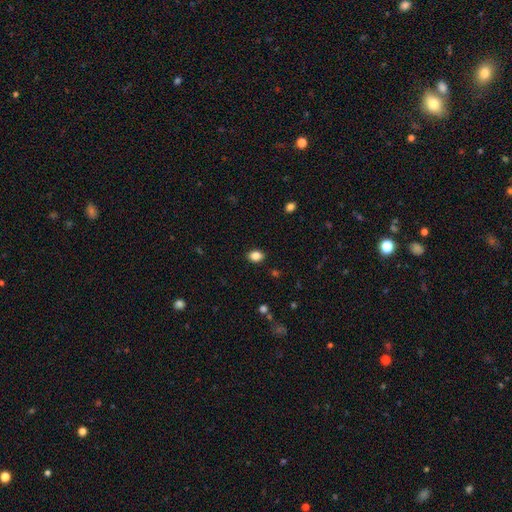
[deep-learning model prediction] smooth 85%, star or artifact 9%, featured or disk 5%. Down the decision tree: how rounded — in between (76%); merging — none (88%).